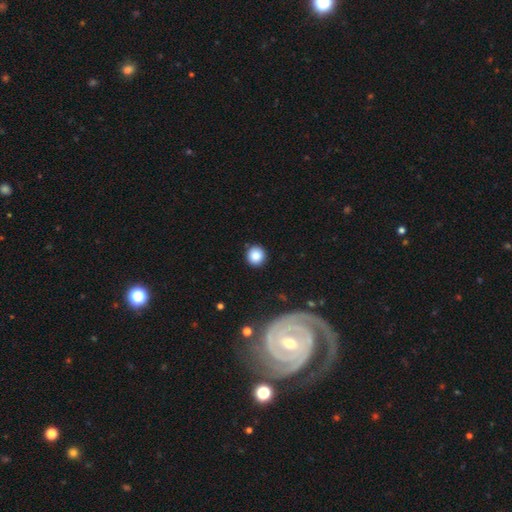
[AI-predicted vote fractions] A smooth galaxy with no disk features (86%) that is round (93%). Merging: none (90%).